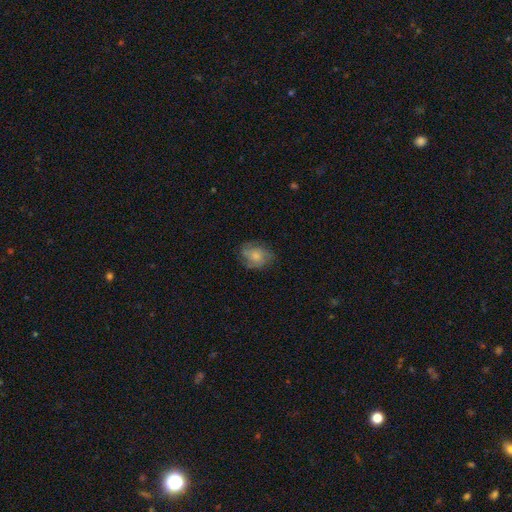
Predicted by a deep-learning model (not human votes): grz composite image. It shows a smooth galaxy with no disk features (64%) that is in between round and cigar-shaped (55%). Merging: none (69%).